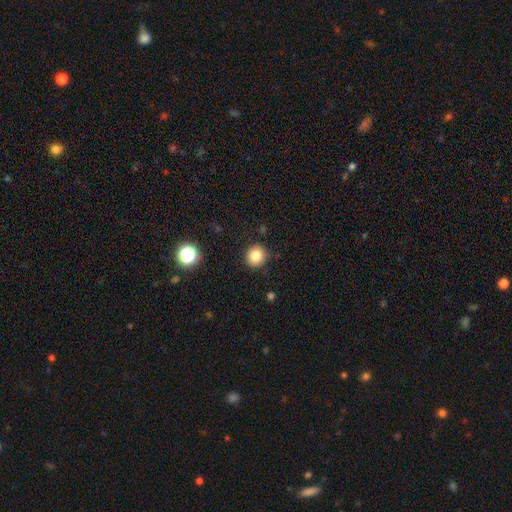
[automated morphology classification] Smooth or featured? Predicted: smooth (p=0.82). How rounded? Predicted: round (p=0.91). Merging? Predicted: none (p=0.89).